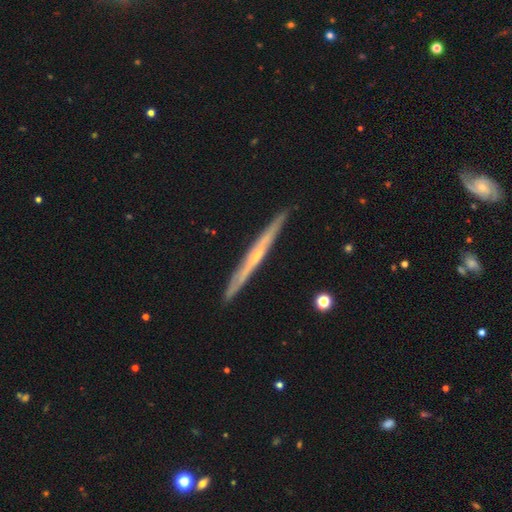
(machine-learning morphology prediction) Smooth or featured? featured or disk (70%)
Edge-on disk? yes (97%)
Edge-on bulge? none (53%)
Merging? none (90%)